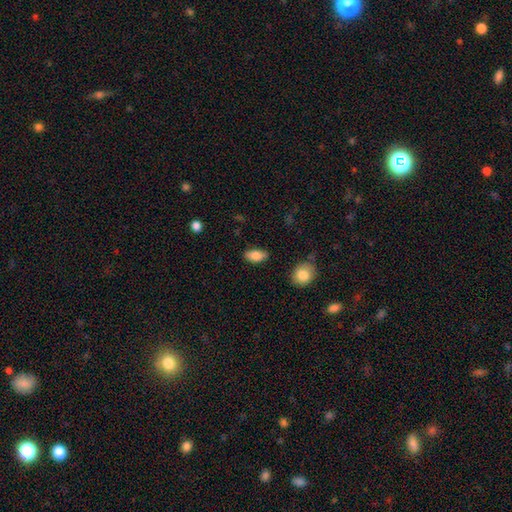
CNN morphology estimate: Smooth or featured?
  - smooth: 82% *
  - featured or disk: 11%
  - star or artifact: 7%
How rounded?
  - in between: 90% *
  - cigar-shaped: 6%
  - round: 4%
Merging?
  - none: 83% *
  - minor disturbance: 13%
  - major disturbance: 3%
  - merger: 2%